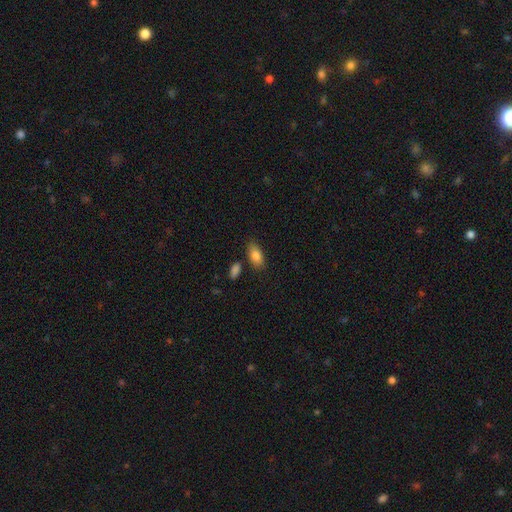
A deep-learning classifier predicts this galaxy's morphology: Smooth or featured: smooth — 84% (featured or disk — 9%)
How rounded: in between — 89% (cigar-shaped — 6%)
Merging: none — 76% (minor disturbance — 14%)